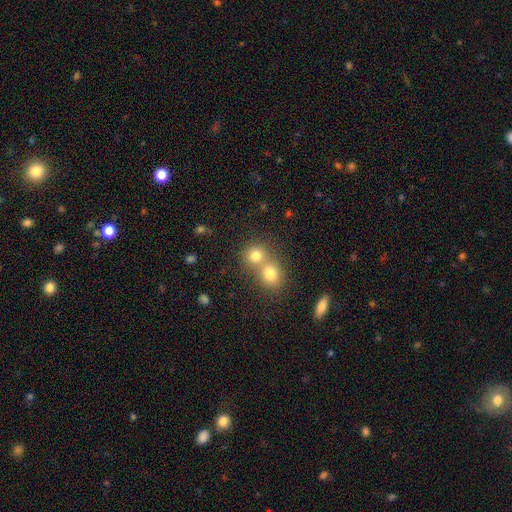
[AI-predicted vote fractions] This appears to be a smooth galaxy with no disk features (78%) that is round (81%). Merging: merger (53%).